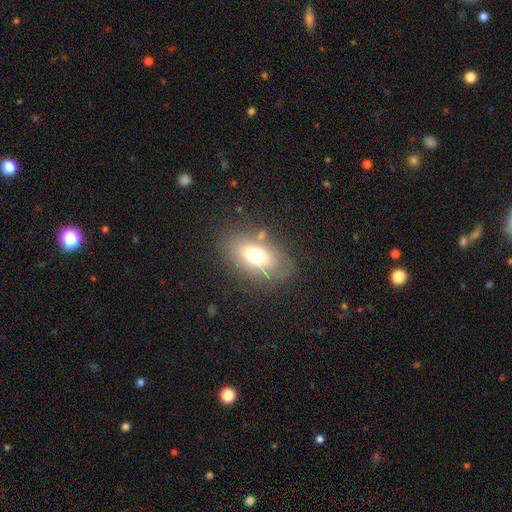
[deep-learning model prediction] Smooth or featured? Predicted: smooth (p=0.69). How rounded? Predicted: in between (p=0.85). Merging? Predicted: none (p=0.76).